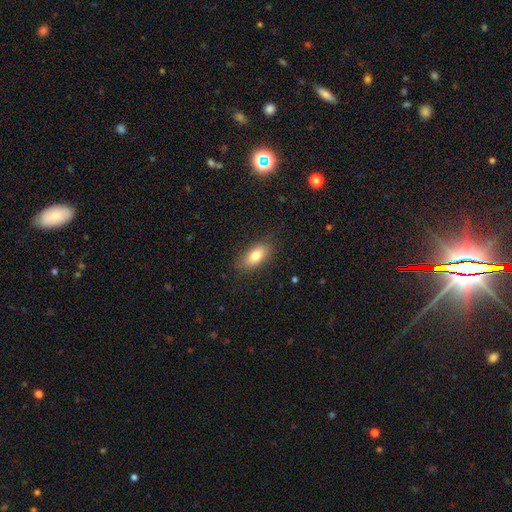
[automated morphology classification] type=smooth (79%); roundness=in between (86%); merging=none (83%).